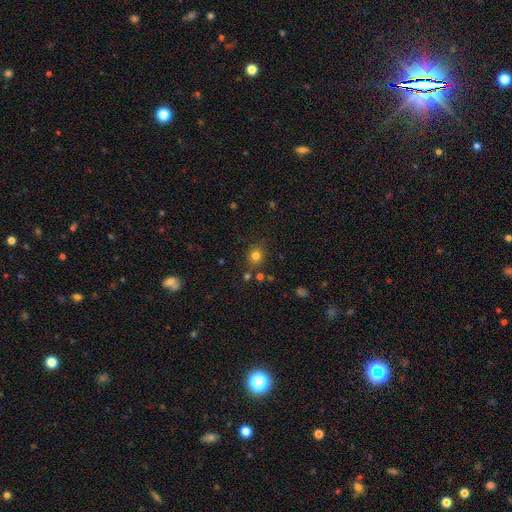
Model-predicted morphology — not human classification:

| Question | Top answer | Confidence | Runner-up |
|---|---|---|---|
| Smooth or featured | smooth | 79% | star or artifact (15%) |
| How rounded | round | 80% | in between (19%) |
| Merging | none | 80% | minor disturbance (11%) |